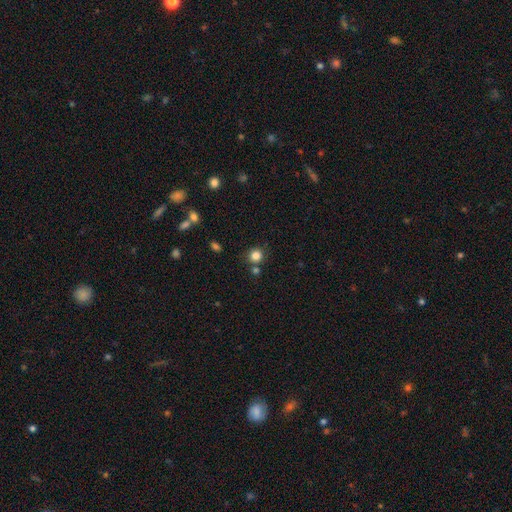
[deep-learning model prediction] Smooth or featured? smooth (83%)
How rounded? round (91%)
Merging? none (76%)